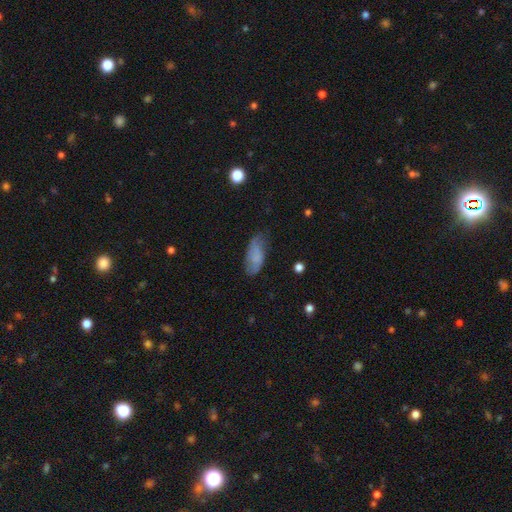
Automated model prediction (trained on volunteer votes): smooth_or_featured: smooth (p=0.69) [alt: featured or disk p=0.23]
how_rounded: in between (p=0.86) [alt: cigar-shaped p=0.12]
merging: none (p=0.59) [alt: minor disturbance p=0.29]